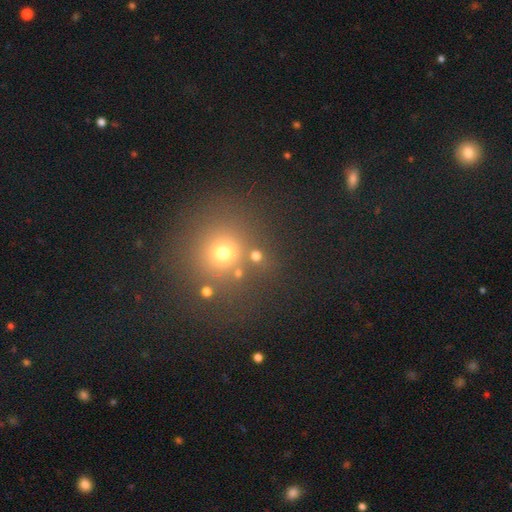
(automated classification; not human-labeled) A smooth galaxy with no disk features (68%) that is round (88%).

Vote fractions:
- Smooth or featured? smooth: 68% / star or artifact: 25% / featured or disk: 7%
- How rounded? round: 88% / in between: 11% / cigar-shaped: 1%
- Merging? none: 77% / merger: 11% / minor disturbance: 8% / major disturbance: 5%